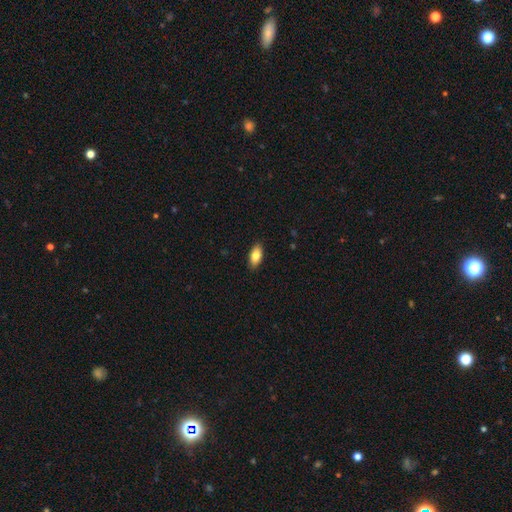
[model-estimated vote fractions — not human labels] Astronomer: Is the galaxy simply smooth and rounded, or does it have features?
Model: smooth — 81%.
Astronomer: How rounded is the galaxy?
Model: in between — 89%.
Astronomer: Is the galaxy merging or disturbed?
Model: none — 89%.